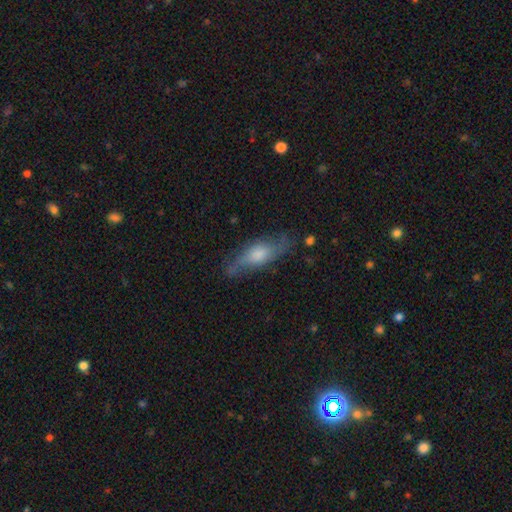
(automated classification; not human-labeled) Smooth or featured? Predicted: featured or disk (p=0.54). Edge-on disk? Predicted: no (p=0.56). Merging? Predicted: none (p=0.72).